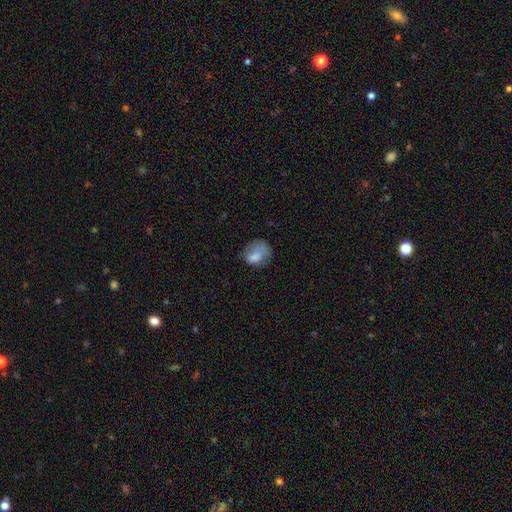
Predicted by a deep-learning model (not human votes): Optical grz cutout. It shows a smooth galaxy with no disk features (71%) that is in between round and cigar-shaped (52%). Merging: none (41%).